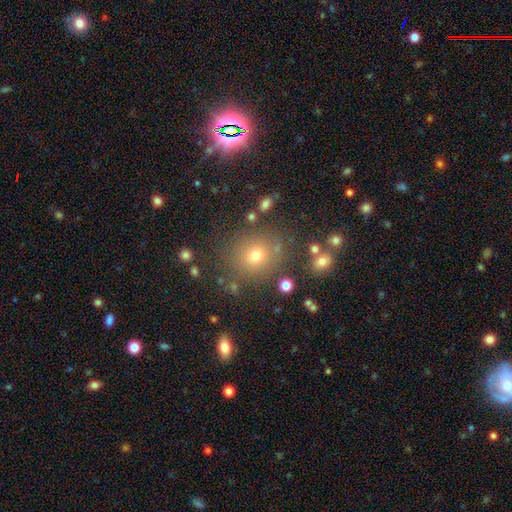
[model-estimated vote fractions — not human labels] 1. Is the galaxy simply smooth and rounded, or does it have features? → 69% smooth, 20% star or artifact, 11% featured or disk.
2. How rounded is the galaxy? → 84% round, 15% in between, 1% cigar-shaped.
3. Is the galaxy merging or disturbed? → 79% none, 10% minor disturbance, 6% merger, 5% major disturbance.